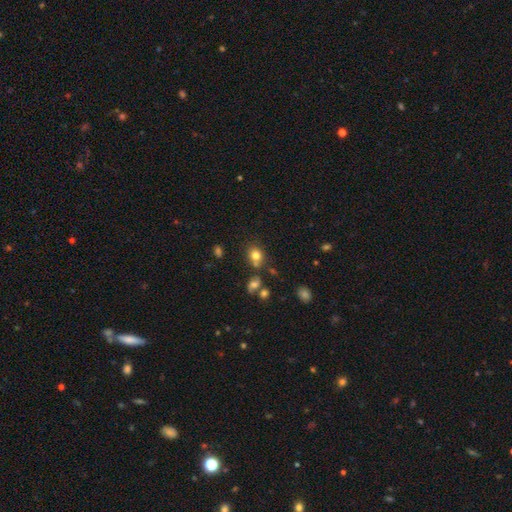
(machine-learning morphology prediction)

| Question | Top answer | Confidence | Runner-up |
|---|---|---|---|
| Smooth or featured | smooth | 78% | star or artifact (13%) |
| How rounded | round | 62% | in between (37%) |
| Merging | none | 62% | merger (18%) |